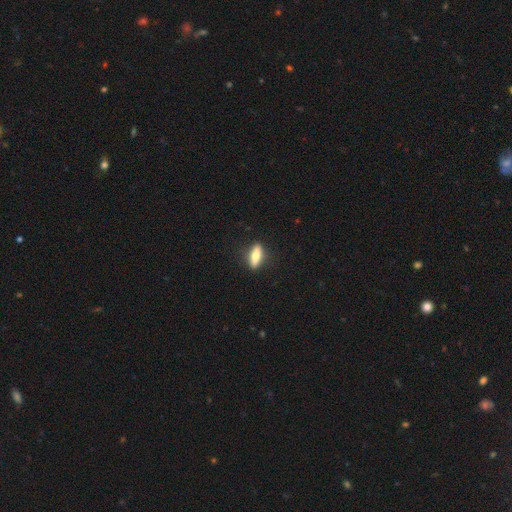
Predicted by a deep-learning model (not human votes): Smooth or featured: smooth — 58% (featured or disk — 35%)
How rounded: in between — 51% (cigar-shaped — 45%)
Merging: none — 87% (minor disturbance — 10%)